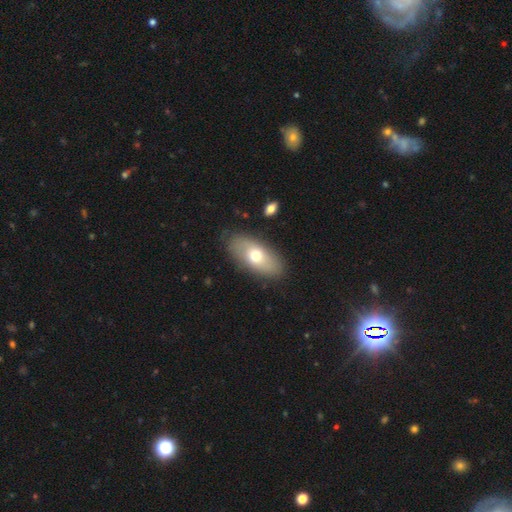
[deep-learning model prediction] Smooth or featured?
  - smooth: 64% *
  - featured or disk: 29%
  - star or artifact: 7%
How rounded?
  - in between: 88% *
  - cigar-shaped: 8%
  - round: 4%
Merging?
  - none: 83% *
  - minor disturbance: 12%
  - major disturbance: 3%
  - merger: 2%